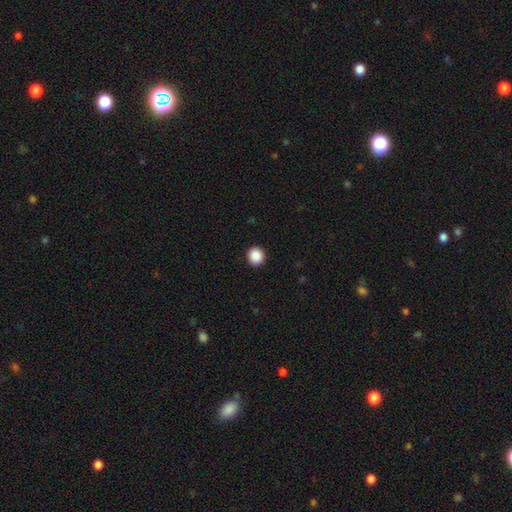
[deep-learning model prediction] This appears to be a smooth galaxy with no disk features (89%) that is round (90%). Merging: none (93%).